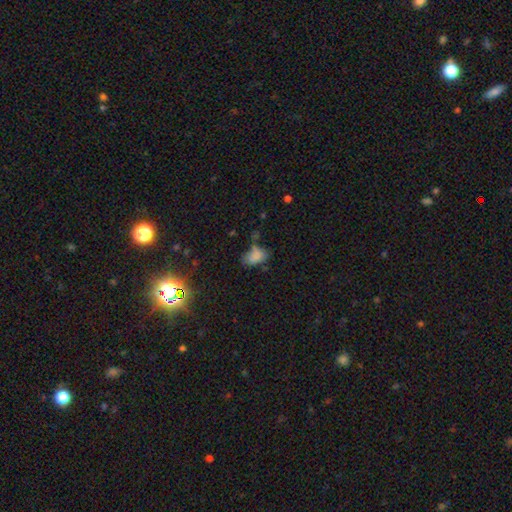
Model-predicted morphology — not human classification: Smooth or featured? Predicted: smooth (p=0.76). How rounded? Predicted: in between (p=0.89). Merging? Predicted: none (p=0.43).